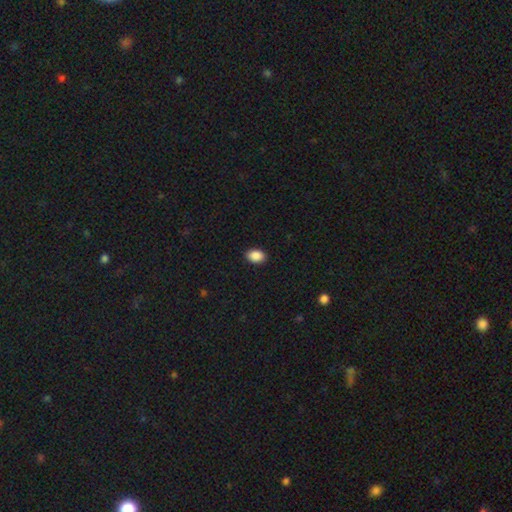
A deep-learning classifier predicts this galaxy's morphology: smooth 90%, star or artifact 7%, featured or disk 3%. Down the decision tree: how rounded — in between (83%); merging — none (91%).